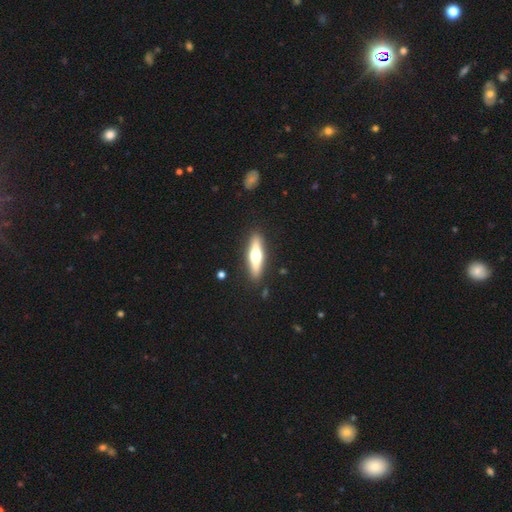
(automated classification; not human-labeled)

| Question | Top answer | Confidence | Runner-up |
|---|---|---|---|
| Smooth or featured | featured or disk | 56% | smooth (39%) |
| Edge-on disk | yes | 93% | no (7%) |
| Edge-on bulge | rounded | 94% | boxy (3%) |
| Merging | none | 89% | minor disturbance (7%) |